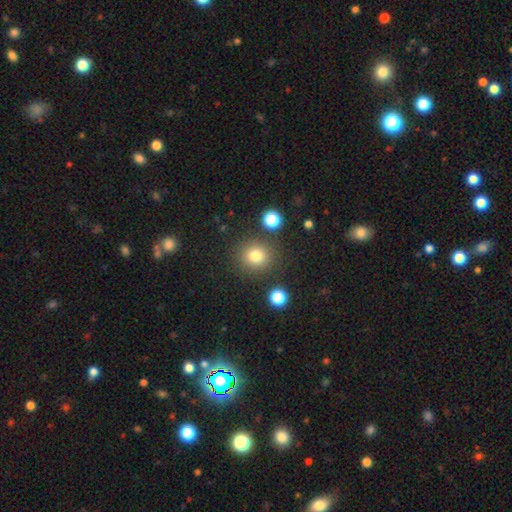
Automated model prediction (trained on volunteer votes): smooth_or_featured: smooth (p=0.79) [alt: star or artifact p=0.14]
how_rounded: round (p=0.89) [alt: in between p=0.10]
merging: none (p=0.84) [alt: minor disturbance p=0.08]